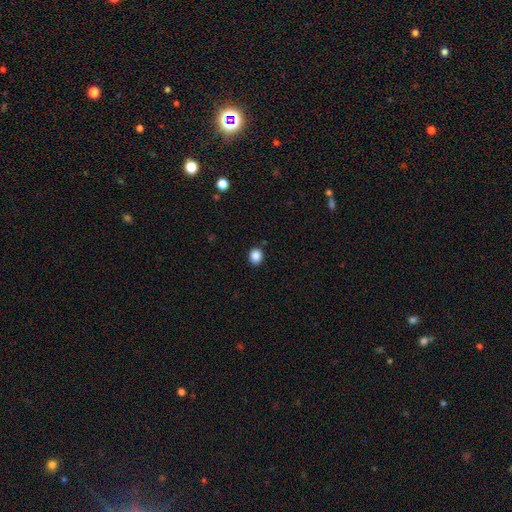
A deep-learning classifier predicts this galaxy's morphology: Smooth or featured: smooth — 87% (star or artifact — 10%)
How rounded: round — 76% (in between — 23%)
Merging: none — 89% (minor disturbance — 7%)